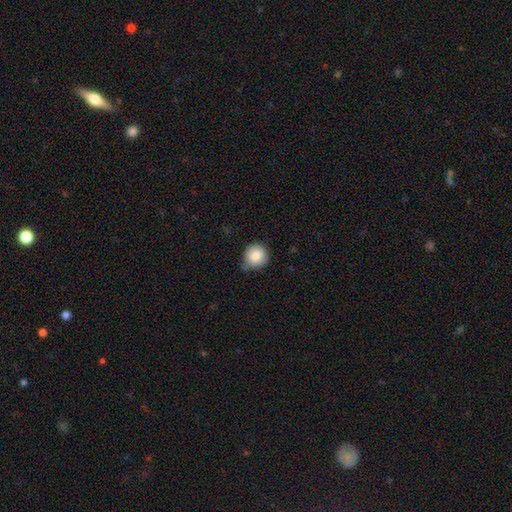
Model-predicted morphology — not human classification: This appears to be a smooth galaxy with no disk features (86%) that is round (93%). Merging: none (62%).